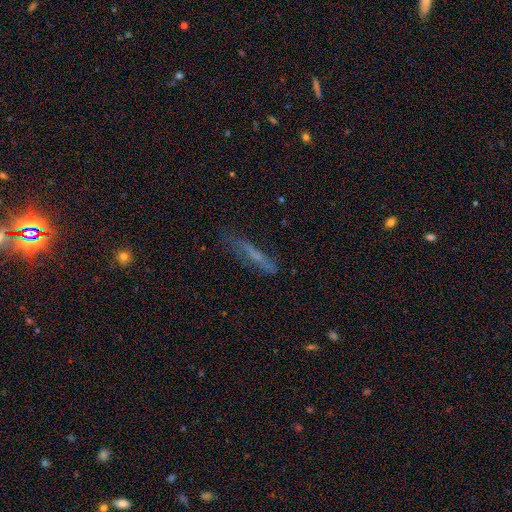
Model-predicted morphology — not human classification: Overall: smooth (45%; featured or disk 41%). Merging: none (68%).